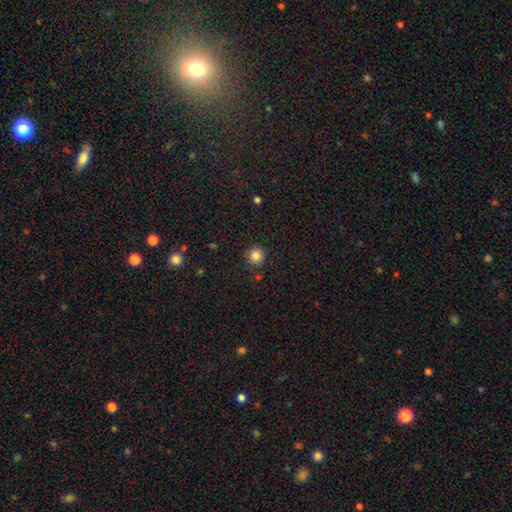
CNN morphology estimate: A smooth galaxy with no disk features (85%) that is round (95%). Merging: none (88%).